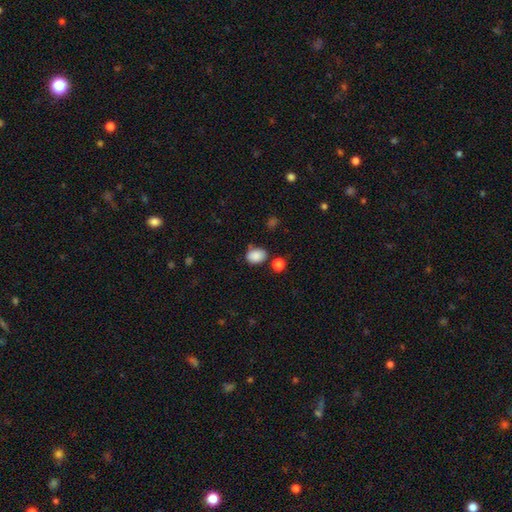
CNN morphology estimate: Smooth or featured? Predicted: smooth (p=0.87). How rounded? Predicted: in between (p=0.72). Merging? Predicted: none (p=0.73).